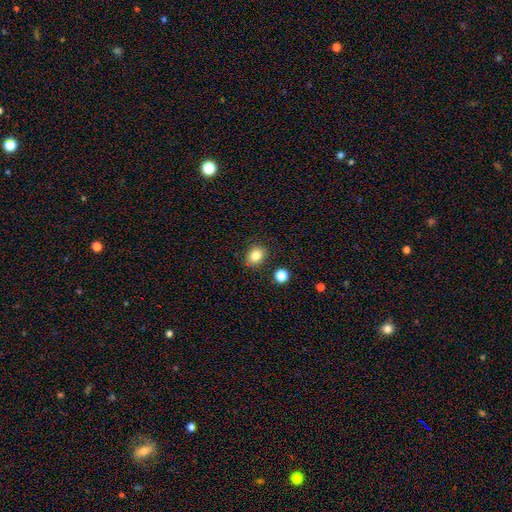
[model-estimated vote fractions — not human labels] smooth_or_featured: smooth (p=0.84) [alt: star or artifact p=0.10]
how_rounded: round (p=0.53) [alt: in between p=0.46]
merging: none (p=0.85) [alt: minor disturbance p=0.09]